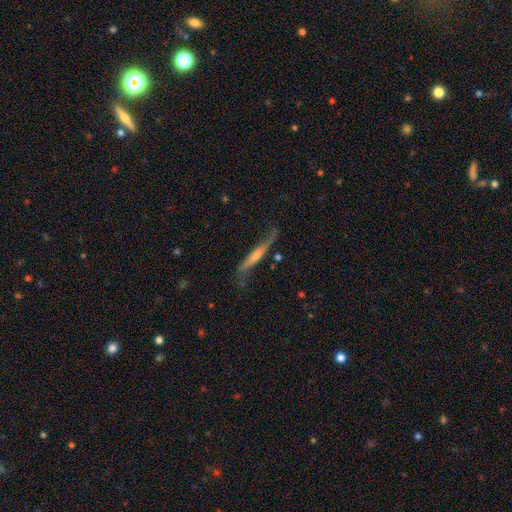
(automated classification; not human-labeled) A featured or disk galaxy (69%) viewed edge-on (80%) with a rounded central bulge (55%).

Vote fractions:
- Smooth or featured? featured or disk: 69% / smooth: 25% / star or artifact: 6%
- Edge-on disk? yes: 80% / no: 20%
- Edge-on bulge? rounded: 55% / none: 31% / boxy: 14%
- Merging? none: 58% / minor disturbance: 27% / major disturbance: 12% / merger: 3%